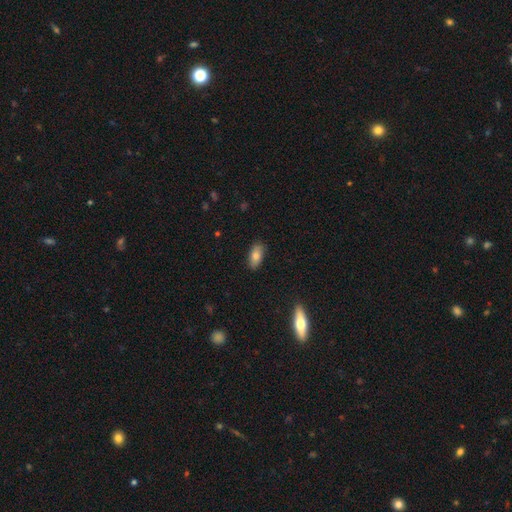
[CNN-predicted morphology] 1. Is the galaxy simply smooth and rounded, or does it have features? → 77% smooth, 15% featured or disk, 8% star or artifact.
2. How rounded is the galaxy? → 86% in between, 10% cigar-shaped, 4% round.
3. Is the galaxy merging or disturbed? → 87% none, 10% minor disturbance, 2% major disturbance, 1% merger.